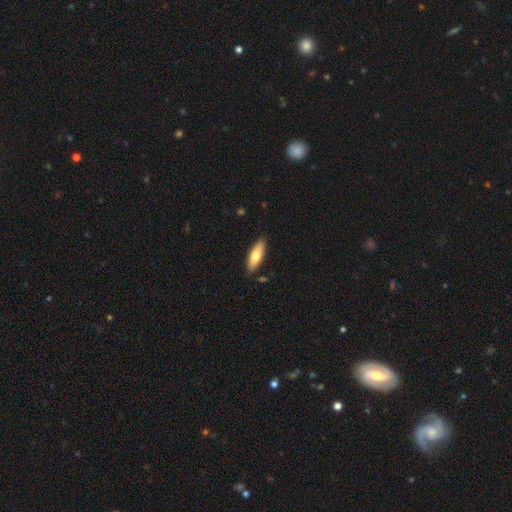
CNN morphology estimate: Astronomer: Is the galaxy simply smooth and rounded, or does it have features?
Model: smooth — 72%.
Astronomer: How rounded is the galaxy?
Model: in between — 64%.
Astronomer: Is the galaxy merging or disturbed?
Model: none — 87%.